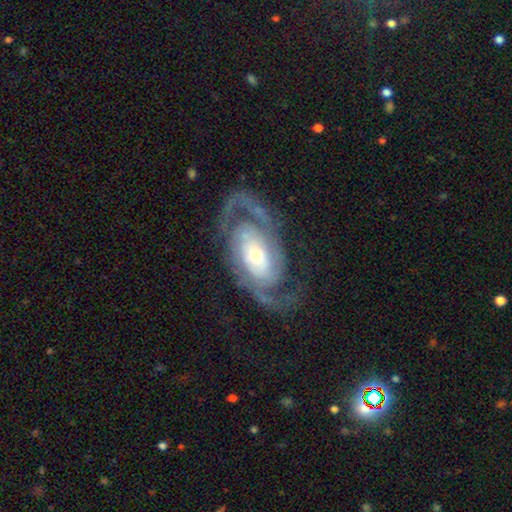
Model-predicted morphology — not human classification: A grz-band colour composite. It shows a featured or disk galaxy (89%) with no bar (60%), 2 (82%) medium (45%) spiral arms (96%) and a moderate central bulge (49%). Merging: none (71%).